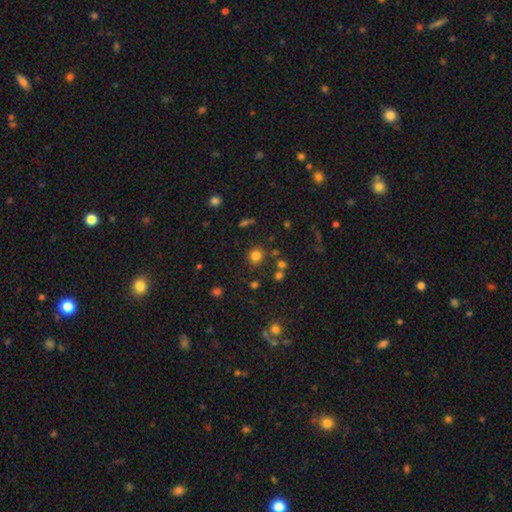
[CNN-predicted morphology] A smooth galaxy with no disk features (78%) that is round (90%). Merging: none (83%).